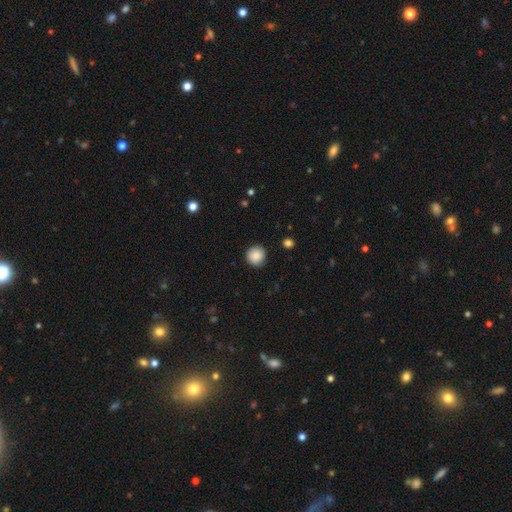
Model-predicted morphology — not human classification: smooth-or-featured: smooth: 88% | star or artifact: 8% | featured or disk: 4%
  how-rounded: round: 93% | in between: 6% | cigar-shaped: 1%
  merging: none: 88% | minor disturbance: 9% | major disturbance: 2% | merger: 1%